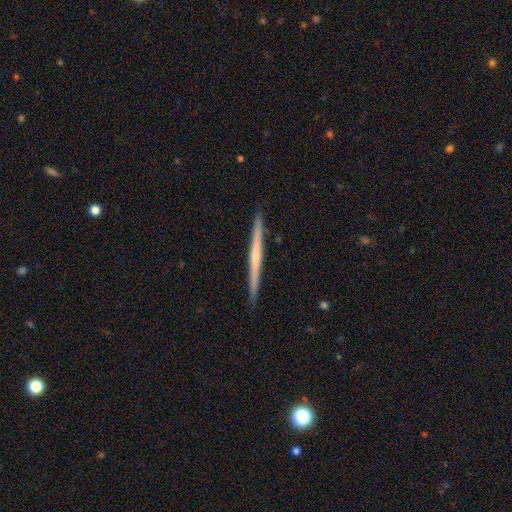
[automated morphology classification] A featured or disk galaxy (57%) viewed edge-on (98%) with no central bulge (75%). Merging: none (92%).